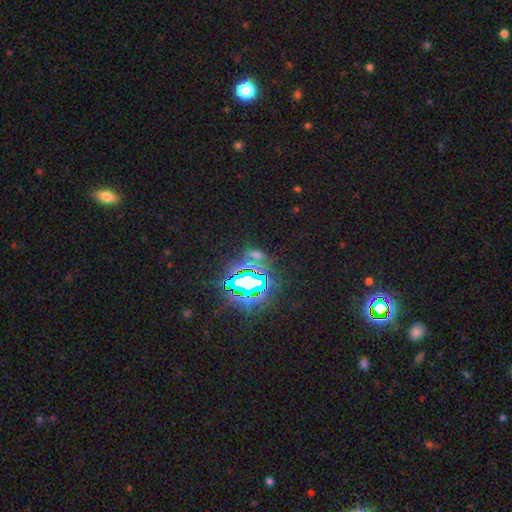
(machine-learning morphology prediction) Smooth or featured? Predicted: star or artifact (p=0.67).